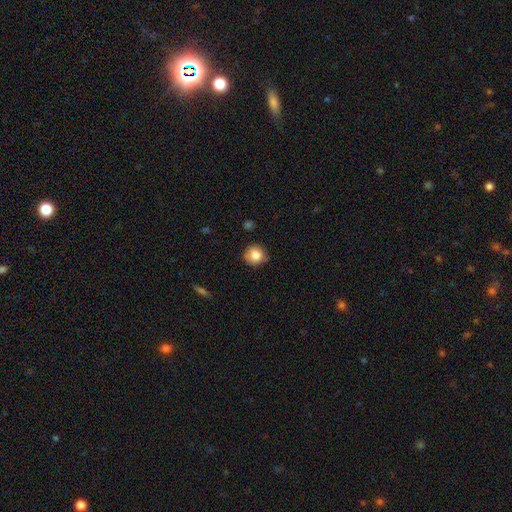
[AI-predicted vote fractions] Smooth or featured? smooth (85%)
How rounded? round (89%)
Merging? none (82%)